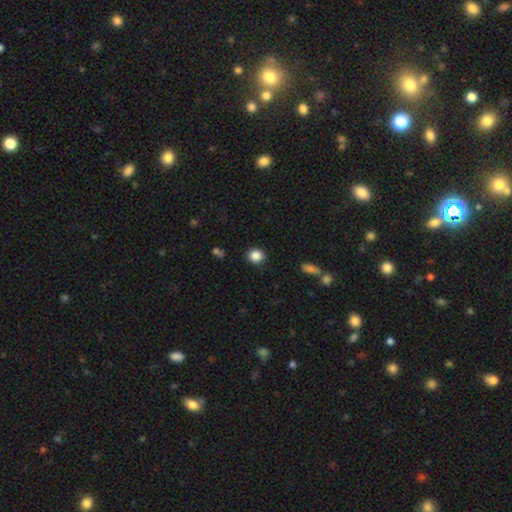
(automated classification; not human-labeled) smooth_or_featured: smooth (p=0.86) [alt: star or artifact p=0.10]
how_rounded: round (p=0.85) [alt: in between p=0.14]
merging: none (p=0.88) [alt: minor disturbance p=0.08]